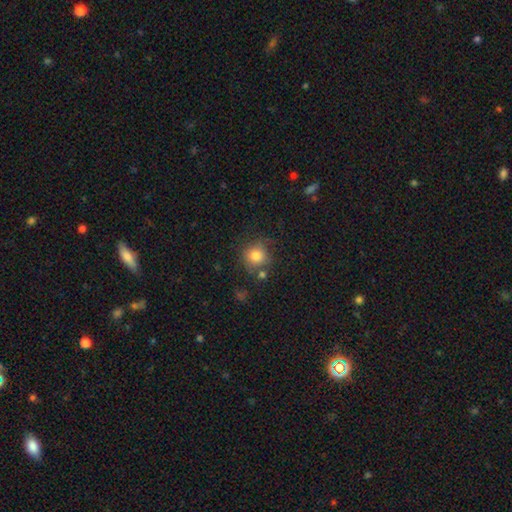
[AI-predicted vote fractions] The model was most divided on "merging": none: 67%, minor disturbance: 17%, merger: 9%, major disturbance: 7%. More confident: how rounded — round (88%); smooth or featured — smooth (79%).